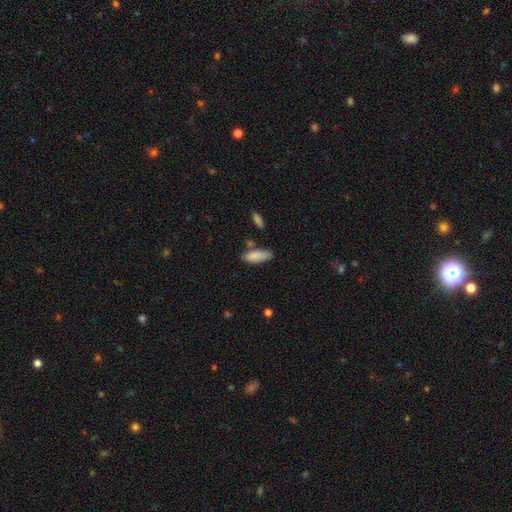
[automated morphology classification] Smooth or featured?
  - smooth: 86% *
  - featured or disk: 8%
  - star or artifact: 6%
How rounded?
  - in between: 70% *
  - cigar-shaped: 28%
  - round: 2%
Merging?
  - none: 66% *
  - minor disturbance: 22%
  - merger: 7%
  - major disturbance: 5%